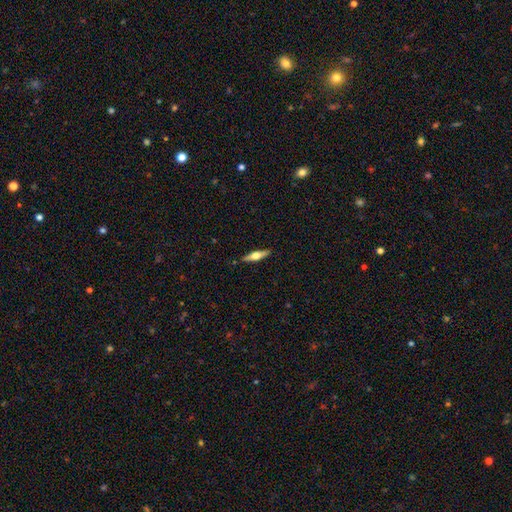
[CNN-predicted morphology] The model was most divided on "smooth or featured": featured or disk: 60%, smooth: 34%, star or artifact: 6%. More confident: edge-on disk — yes (96%); edge-on bulge — rounded (93%); merging — none (89%).